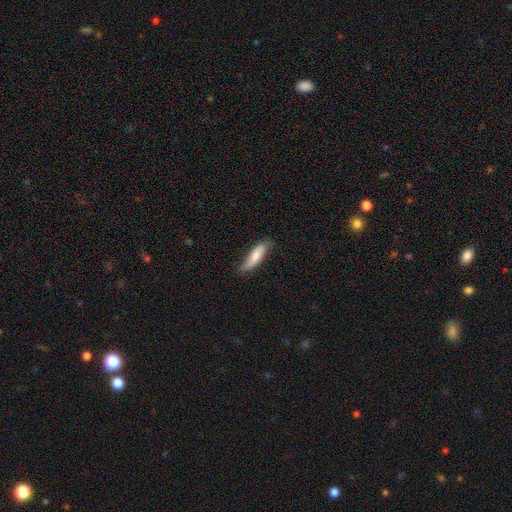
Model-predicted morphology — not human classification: Smooth or featured: smooth — 70% (featured or disk — 24%)
How rounded: cigar-shaped — 56% (in between — 42%)
Merging: none — 67% (minor disturbance — 26%)